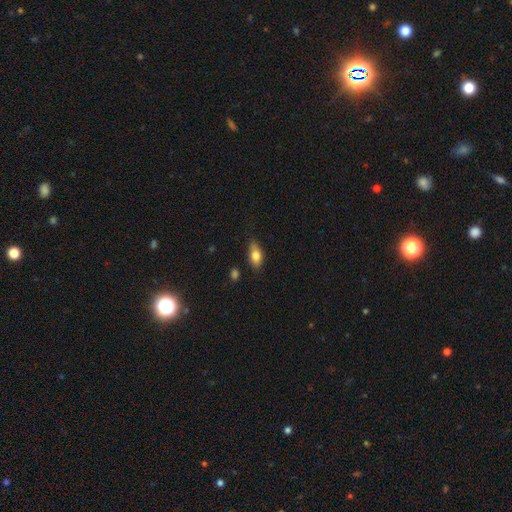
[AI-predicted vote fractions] Overall: smooth (78%). How rounded: in between (85%). Merging: none (73%).